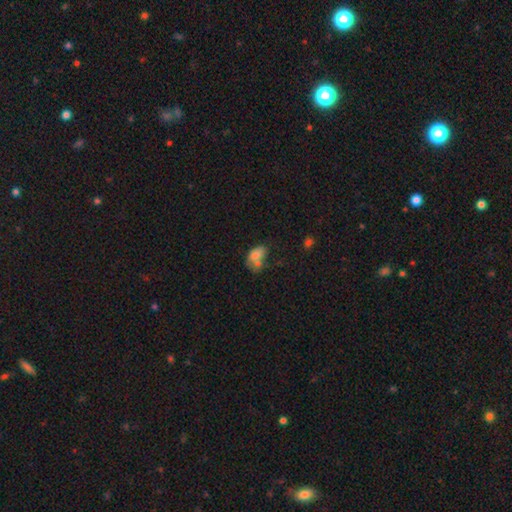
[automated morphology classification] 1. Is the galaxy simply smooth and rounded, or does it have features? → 71% smooth, 19% featured or disk, 10% star or artifact.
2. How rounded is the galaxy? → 86% in between, 12% round, 2% cigar-shaped.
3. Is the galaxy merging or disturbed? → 40% merger, 26% none, 20% minor disturbance, 14% major disturbance.